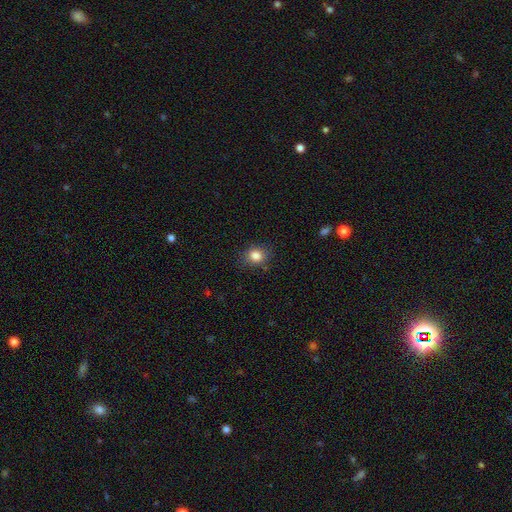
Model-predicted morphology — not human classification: smooth_or_featured: smooth (p=0.84) [alt: star or artifact p=0.11]
how_rounded: round (p=0.64) [alt: in between p=0.35]
merging: none (p=0.82) [alt: minor disturbance p=0.13]